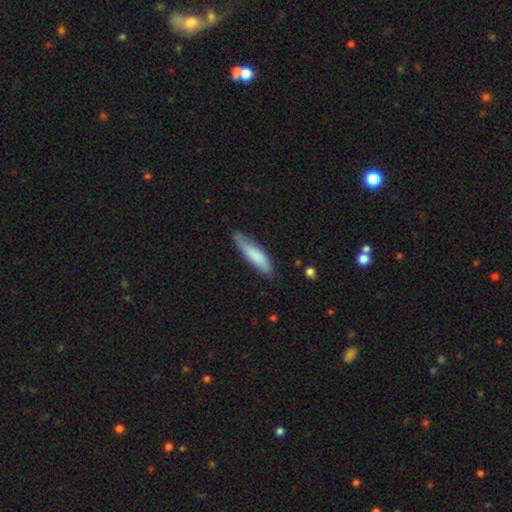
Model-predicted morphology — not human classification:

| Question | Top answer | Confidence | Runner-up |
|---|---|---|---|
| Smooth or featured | smooth | 79% | featured or disk (16%) |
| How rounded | cigar-shaped | 73% | in between (26%) |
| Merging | none | 66% | minor disturbance (27%) |